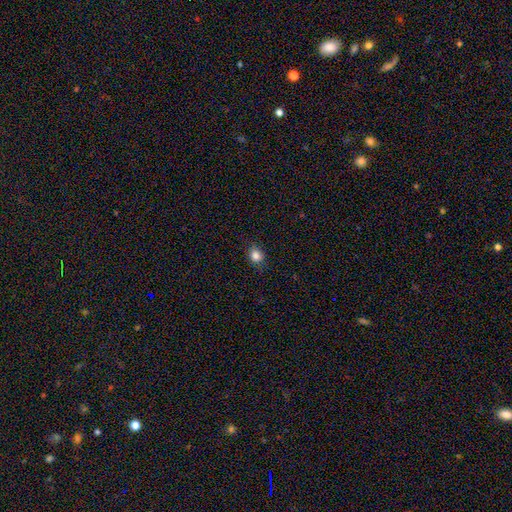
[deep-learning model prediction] The model was most divided on "how rounded": round: 64%, in between: 35%, cigar-shaped: 1%. More confident: merging — none (85%); smooth or featured — smooth (84%).